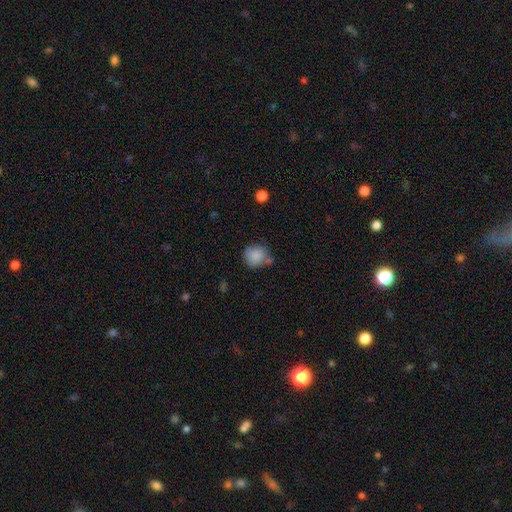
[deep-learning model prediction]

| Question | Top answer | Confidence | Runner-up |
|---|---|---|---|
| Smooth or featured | smooth | 86% | star or artifact (9%) |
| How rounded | round | 85% | in between (14%) |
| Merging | none | 65% | minor disturbance (18%) |